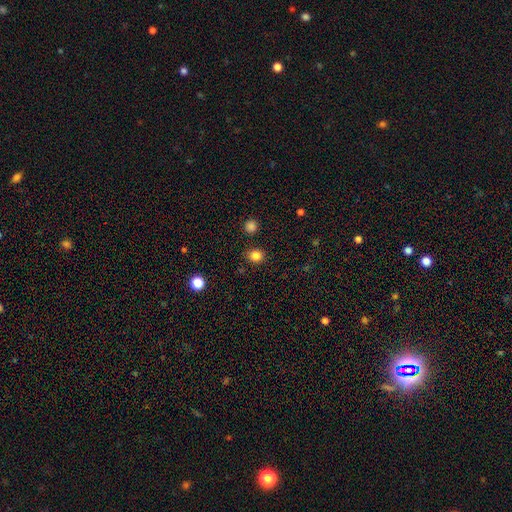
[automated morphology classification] Smooth or featured: smooth — 84% (star or artifact — 13%)
How rounded: round — 83% (in between — 16%)
Merging: none — 89% (minor disturbance — 7%)